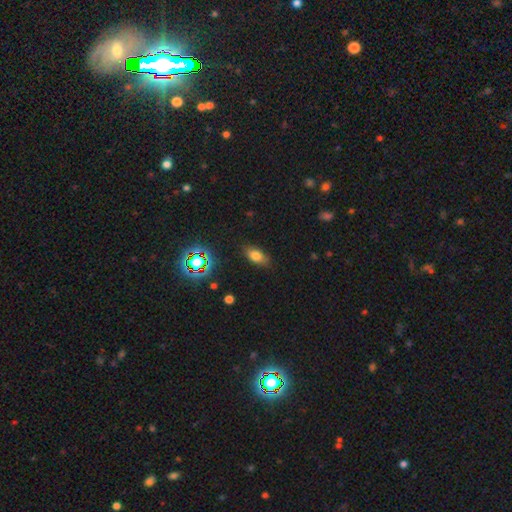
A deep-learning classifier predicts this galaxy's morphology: This is likely a smooth galaxy (74%). How rounded: clearly in between (84%). Merging: clearly none (83%).